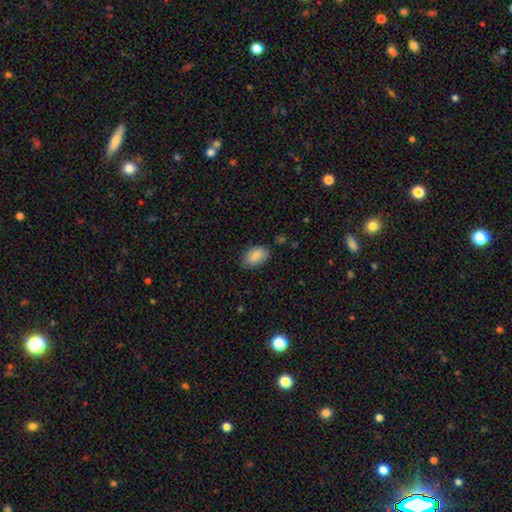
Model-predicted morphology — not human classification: smooth 85%, featured or disk 8%, star or artifact 7%. Down the decision tree: how rounded — in between (92%); merging — none (77%).